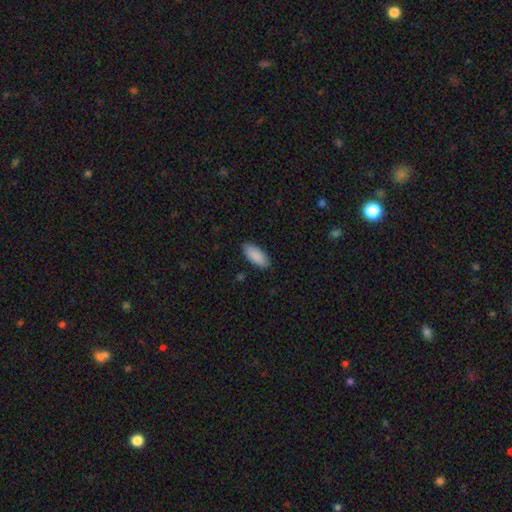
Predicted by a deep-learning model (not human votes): Morphology: type=smooth (90%); roundness=in between (87%); merging=none (88%).